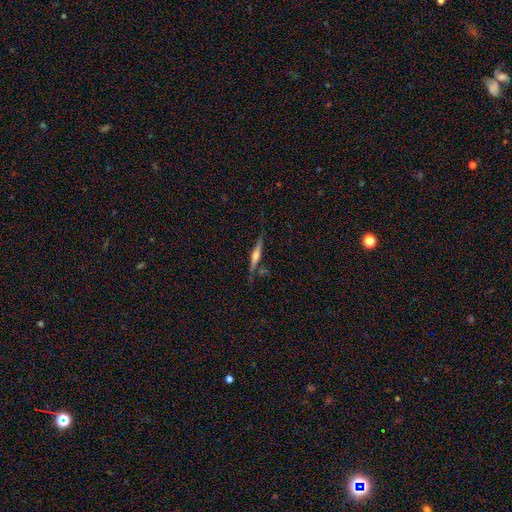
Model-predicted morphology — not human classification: smooth-or-featured: featured or disk: 68% | smooth: 26% | star or artifact: 6%
  disk-edge-on: yes: 97% | no: 3%
    edge-on-bulge: rounded: 84% | boxy: 8% | none: 8%
  merging: none: 77% | minor disturbance: 14% | merger: 6% | major disturbance: 3%